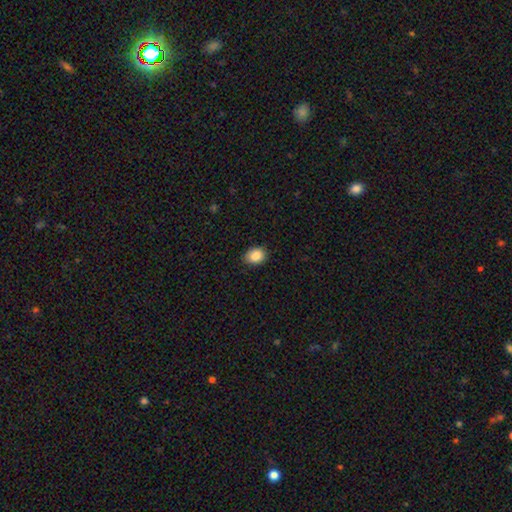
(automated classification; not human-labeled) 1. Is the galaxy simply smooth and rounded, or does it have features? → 88% smooth, 8% star or artifact, 3% featured or disk.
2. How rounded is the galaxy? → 58% in between, 41% round, 1% cigar-shaped.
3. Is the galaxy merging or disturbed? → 85% none, 12% minor disturbance, 2% major disturbance, 1% merger.